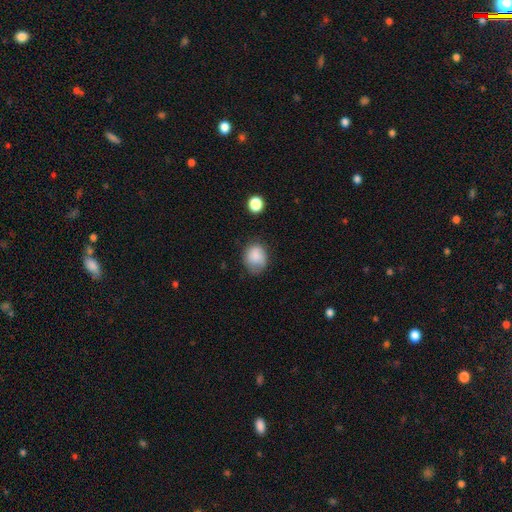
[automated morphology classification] smooth_or_featured: smooth (p=0.84) [alt: star or artifact p=0.09]
how_rounded: round (p=0.56) [alt: in between p=0.43]
merging: none (p=0.61) [alt: minor disturbance p=0.29]